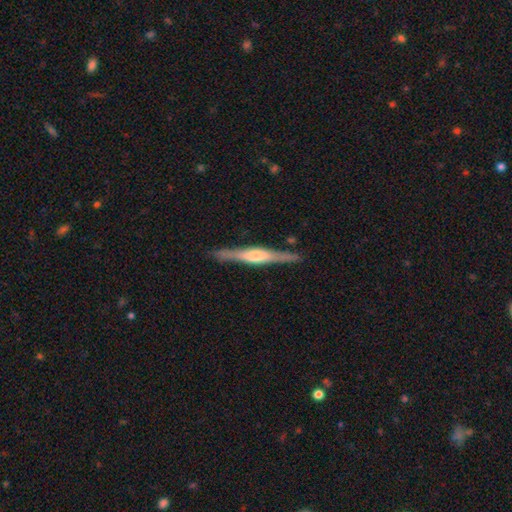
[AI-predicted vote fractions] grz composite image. It shows a featured or disk galaxy (72%) viewed edge-on (97%) with a rounded central bulge (67%). Merging: none (88%).